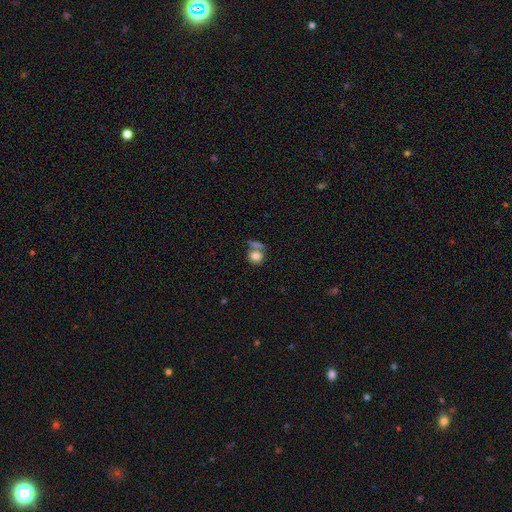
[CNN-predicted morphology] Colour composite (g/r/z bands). It shows a smooth galaxy with no disk features (81%) that is round (77%). Merging: none (50%).